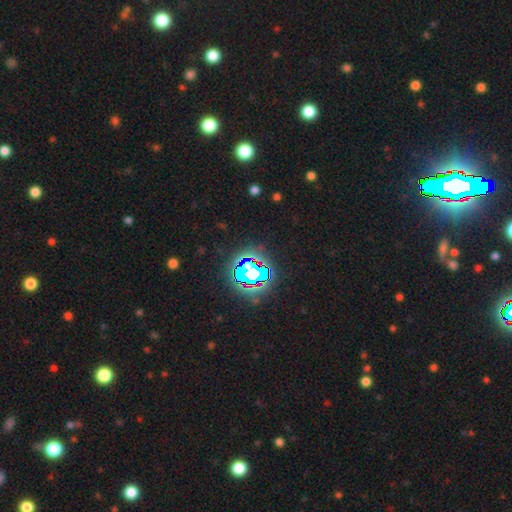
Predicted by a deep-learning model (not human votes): Smooth or featured: star or artifact — 81% (smooth — 12%)